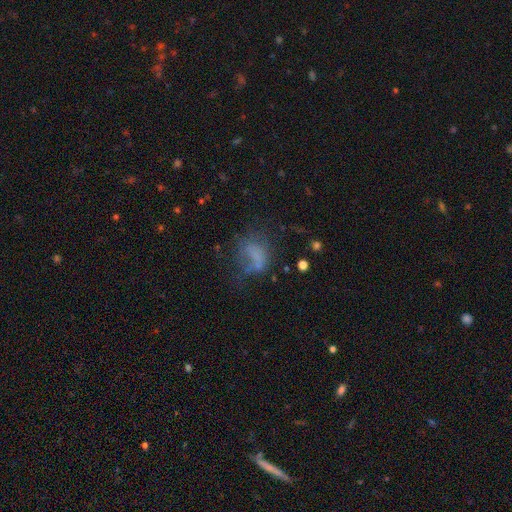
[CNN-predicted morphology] A smooth galaxy with no disk features (55%) that is in between round and cigar-shaped (67%).

Vote fractions:
- Smooth or featured? smooth: 55% / featured or disk: 27% / star or artifact: 18%
- How rounded? in between: 67% / round: 30% / cigar-shaped: 3%
- Merging? major disturbance: 36% / none: 34% / minor disturbance: 22% / merger: 8%